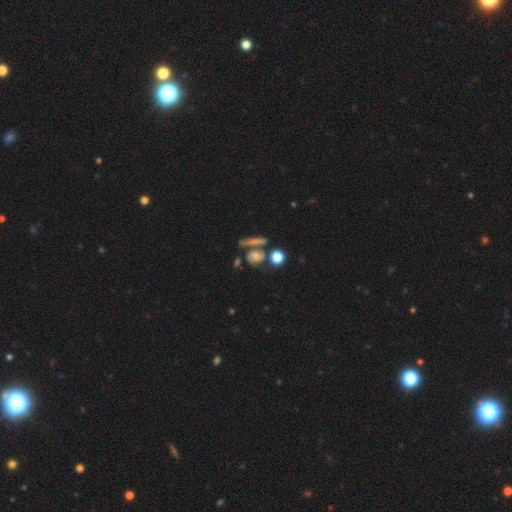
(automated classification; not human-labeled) This is marginally a smooth galaxy (44%). Merging: possibly none (49%).